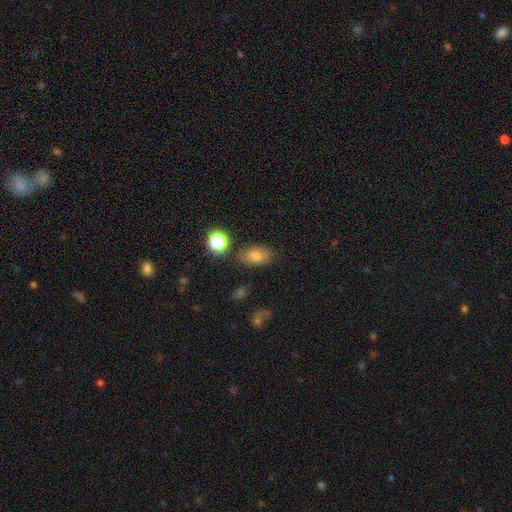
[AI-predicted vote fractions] A smooth galaxy with no disk features (69%) that is in between round and cigar-shaped (82%).

Vote fractions:
- Smooth or featured? smooth: 69% / featured or disk: 16% / star or artifact: 15%
- How rounded? in between: 82% / round: 16% / cigar-shaped: 2%
- Merging? none: 79% / minor disturbance: 14% / major disturbance: 4% / merger: 4%